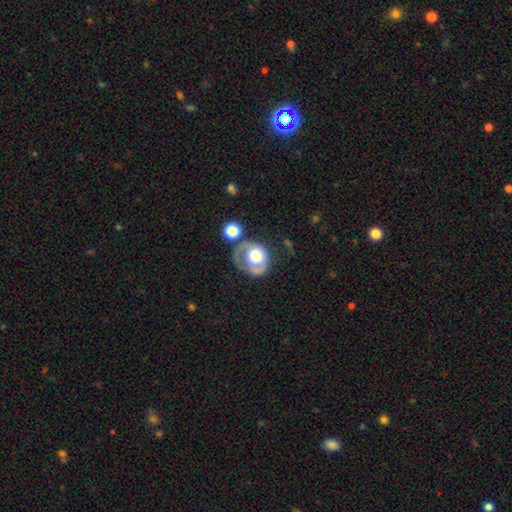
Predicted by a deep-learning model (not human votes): Smooth or featured?
  - featured or disk: 47% *
  - smooth: 46%
  - star or artifact: 7%
Merging?
  - none: 36% *
  - major disturbance: 27%
  - minor disturbance: 26%
  - merger: 11%